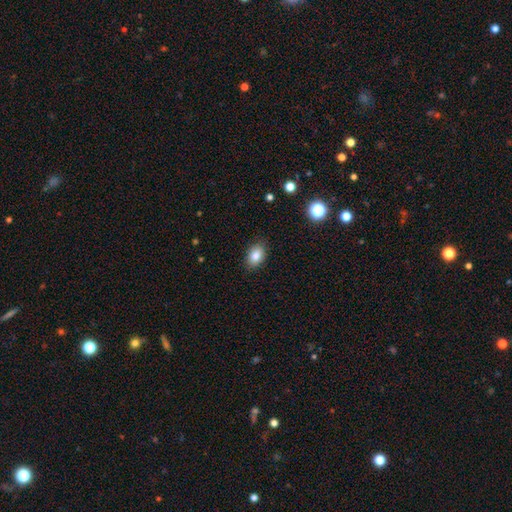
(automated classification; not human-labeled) This is clearly a smooth galaxy (84%). How rounded: clearly in between (84%). Merging: clearly none (87%).